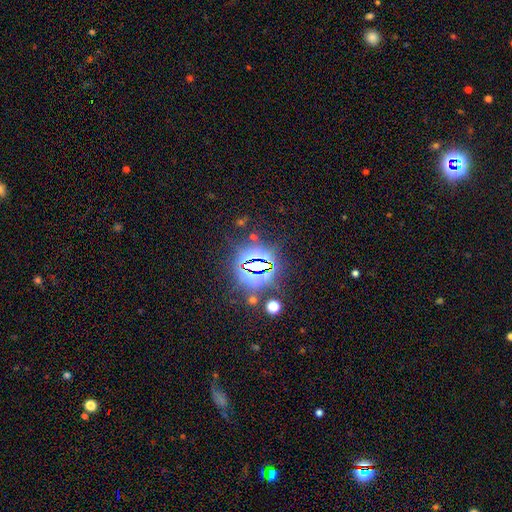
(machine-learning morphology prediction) smooth_or_featured: star or artifact (p=0.83) [alt: smooth p=0.10]